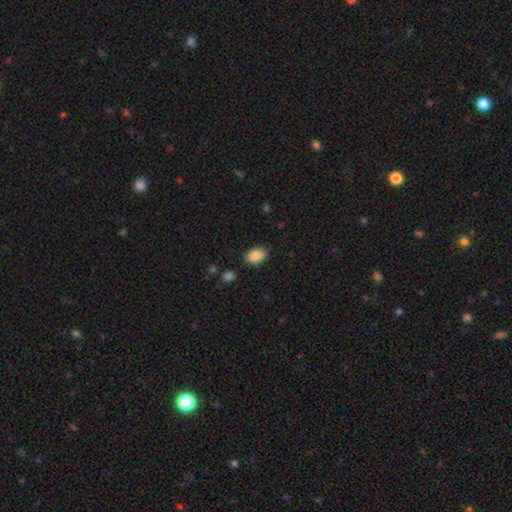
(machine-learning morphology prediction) This is clearly a smooth galaxy (87%). How rounded: likely in between (78%). Merging: clearly none (86%).